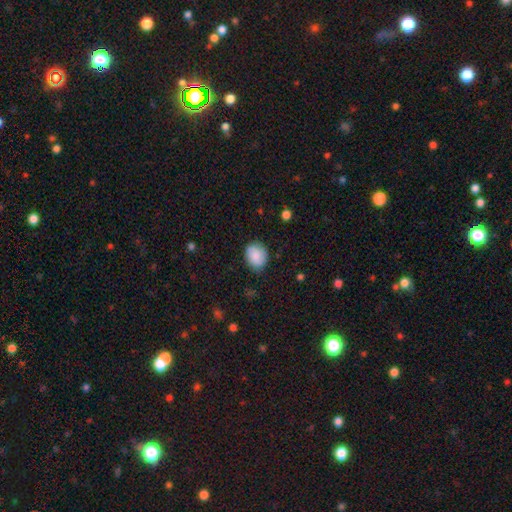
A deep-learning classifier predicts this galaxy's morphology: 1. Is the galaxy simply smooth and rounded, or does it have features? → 85% smooth, 8% featured or disk, 7% star or artifact.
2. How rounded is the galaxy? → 50% round, 49% in between, 1% cigar-shaped.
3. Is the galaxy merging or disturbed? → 80% none, 15% minor disturbance, 3% major disturbance, 1% merger.